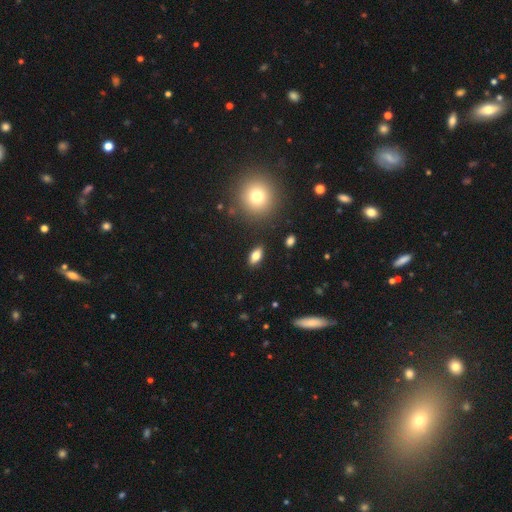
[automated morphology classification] A smooth galaxy with no disk features (75%) that is in between round and cigar-shaped (83%).

Vote fractions:
- Smooth or featured? smooth: 75% / featured or disk: 16% / star or artifact: 9%
- How rounded? in between: 83% / cigar-shaped: 10% / round: 6%
- Merging? none: 88% / minor disturbance: 8% / major disturbance: 2% / merger: 2%